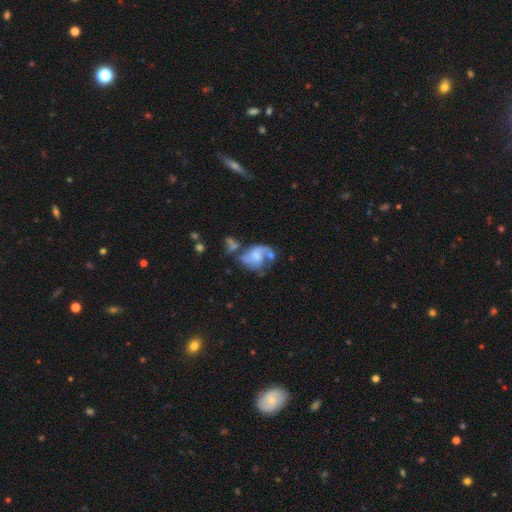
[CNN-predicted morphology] A featured or disk galaxy (68%) with no bar (51%), 2 (71%) loose (45%) spiral arms (80%) and a moderate central bulge (37%). Merging: none (31%).